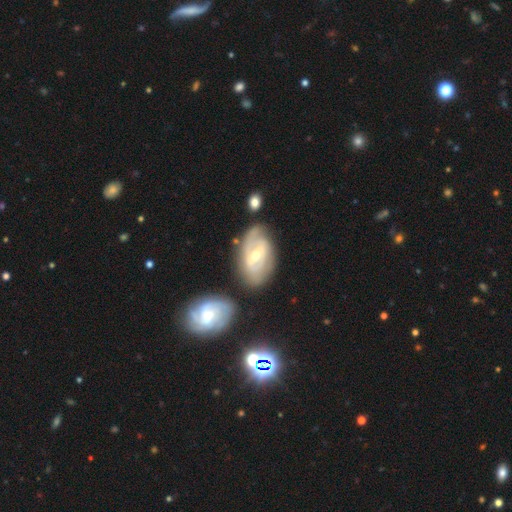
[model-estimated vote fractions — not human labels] smooth-or-featured: featured or disk: 78% | smooth: 17% | star or artifact: 5%
  disk-edge-on: no: 95% | yes: 5%
    bar: weak: 45% | strong: 37% | no: 18%
    has-spiral-arms: yes: 83% | no: 17%
      spiral-winding: tight: 53% | medium: 33% | loose: 13%
      spiral-arm-count: 2: 55% | can't tell: 27% | 3: 7% | 1: 6% | 4: 2% | more than 4: 2%
    bulge-size: moderate: 62% | small: 33% | large: 3% | none: 1% | dominant: 1%
  merging: none: 65% | minor disturbance: 20% | merger: 8% | major disturbance: 7%